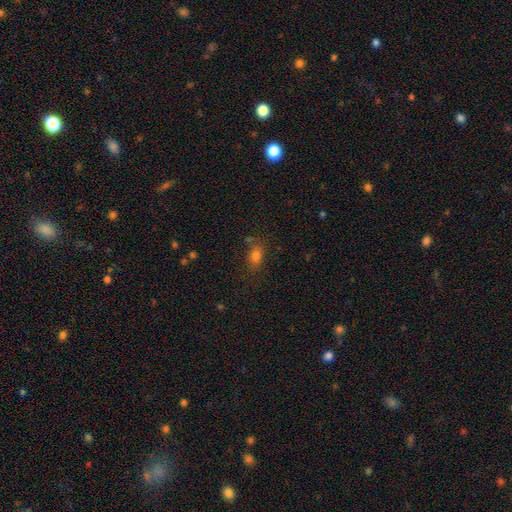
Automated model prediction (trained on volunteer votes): Smooth or featured? Predicted: smooth (p=0.76). How rounded? Predicted: in between (p=0.74). Merging? Predicted: none (p=0.74).